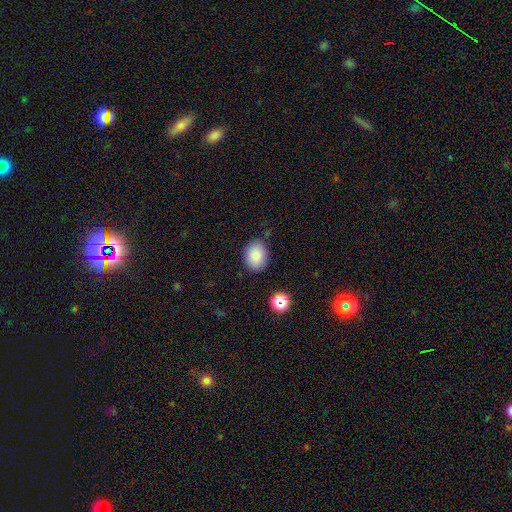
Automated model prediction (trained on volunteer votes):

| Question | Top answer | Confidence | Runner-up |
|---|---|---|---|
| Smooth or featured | smooth | 86% | star or artifact (9%) |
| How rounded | in between | 62% | round (37%) |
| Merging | none | 81% | minor disturbance (13%) |